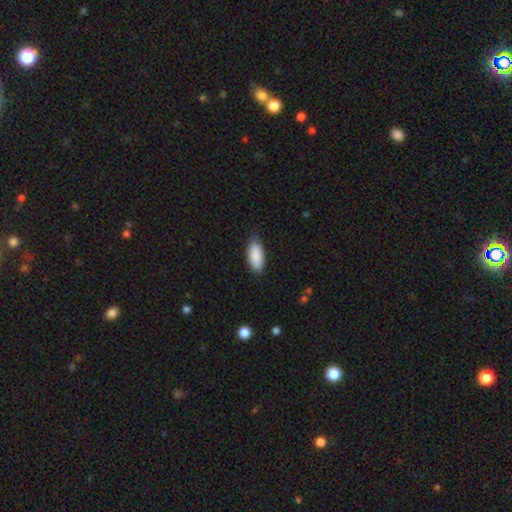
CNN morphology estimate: Q: Smooth or featured?
A: smooth (89%); runner-up: star or artifact (6%)
Q: How rounded?
A: in between (87%); runner-up: cigar-shaped (11%)
Q: Merging?
A: none (78%); runner-up: minor disturbance (18%)